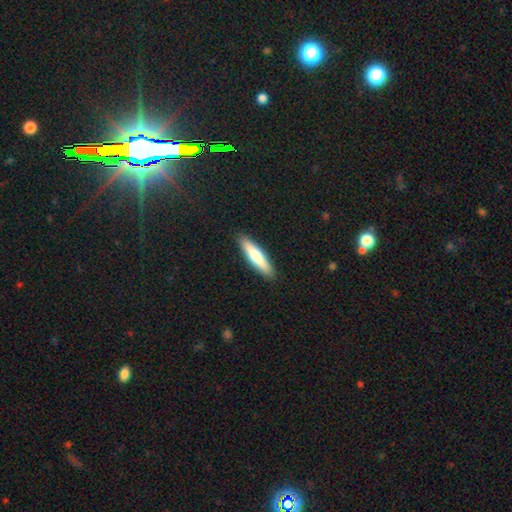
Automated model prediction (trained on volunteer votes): smooth_or_featured: smooth (p=0.65) [alt: featured or disk p=0.30]
how_rounded: cigar-shaped (p=0.81) [alt: in between p=0.18]
merging: none (p=0.91) [alt: minor disturbance p=0.07]